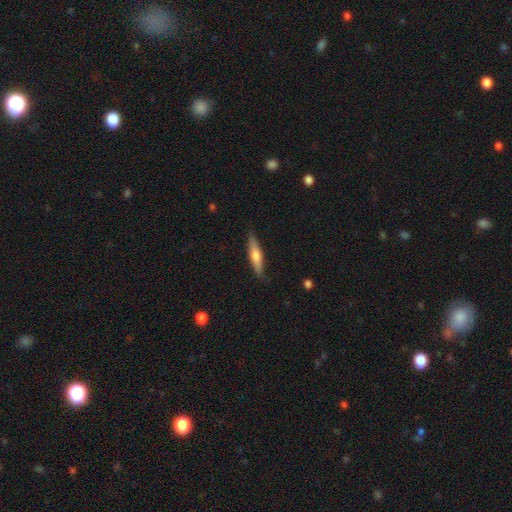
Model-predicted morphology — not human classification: smooth_or_featured: smooth (p=0.55) [alt: featured or disk p=0.40]
how_rounded: cigar-shaped (p=0.83) [alt: in between p=0.15]
merging: none (p=0.87) [alt: minor disturbance p=0.10]